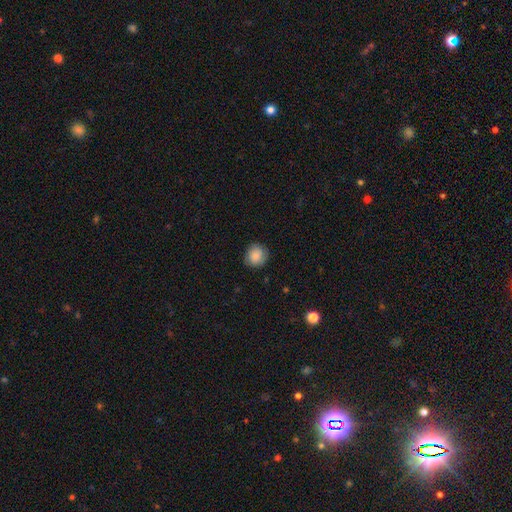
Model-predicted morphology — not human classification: smooth 84%, featured or disk 8%, star or artifact 8%. Down the decision tree: how rounded — round (88%); merging — none (84%).